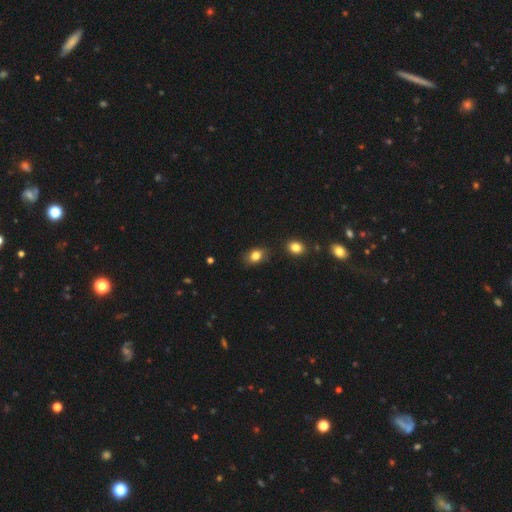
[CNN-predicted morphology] Smooth or featured? smooth (82%)
How rounded? in between (69%)
Merging? none (80%)